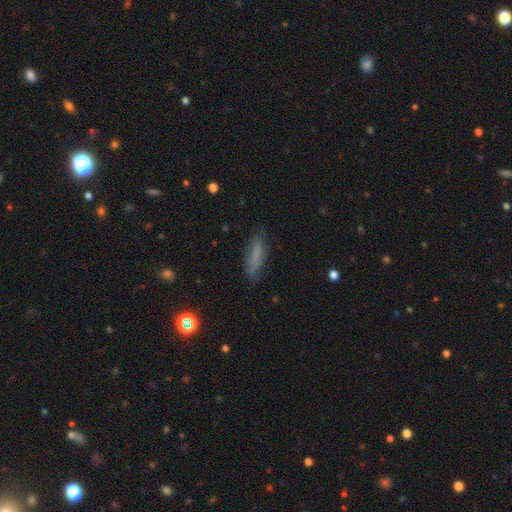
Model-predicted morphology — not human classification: Smooth or featured?
  - smooth: 68% *
  - featured or disk: 22%
  - star or artifact: 10%
How rounded?
  - cigar-shaped: 73% *
  - in between: 24%
  - round: 2%
Merging?
  - none: 78% *
  - minor disturbance: 16%
  - major disturbance: 4%
  - merger: 2%